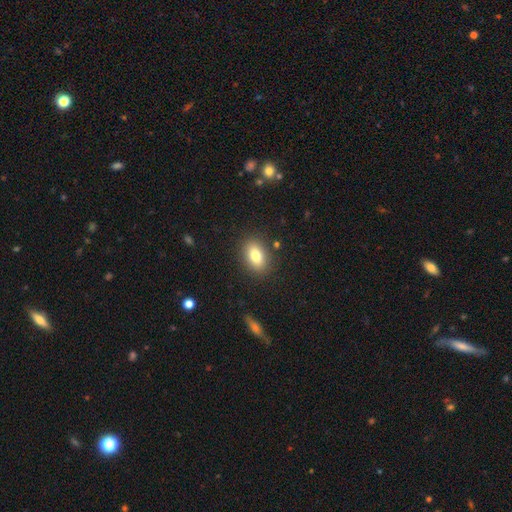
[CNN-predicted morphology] Smooth or featured? smooth (81%)
How rounded? in between (83%)
Merging? none (86%)